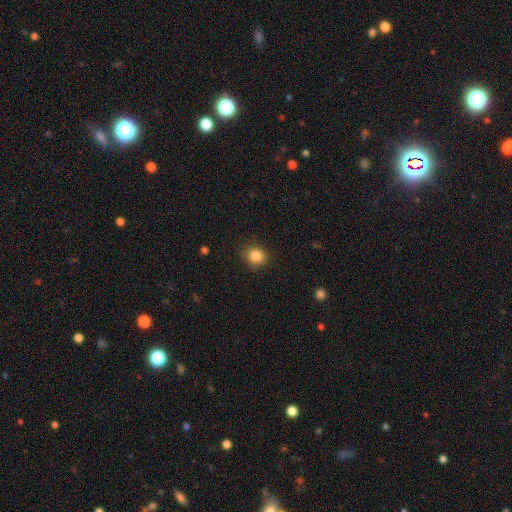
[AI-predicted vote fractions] Smooth or featured? Predicted: smooth (p=0.86). How rounded? Predicted: round (p=0.77). Merging? Predicted: none (p=0.86).